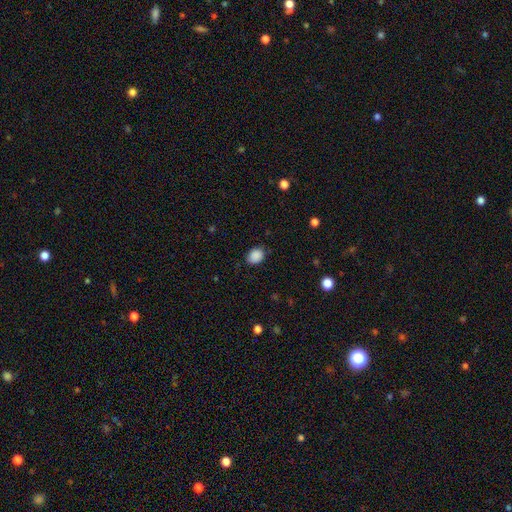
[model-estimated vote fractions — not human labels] A smooth galaxy with no disk features (88%) that is in between round and cigar-shaped (61%). Merging: none (83%).